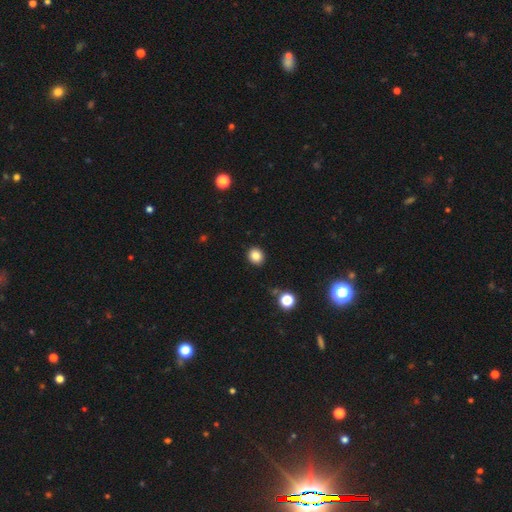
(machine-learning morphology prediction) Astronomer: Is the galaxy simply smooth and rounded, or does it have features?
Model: smooth — 84%.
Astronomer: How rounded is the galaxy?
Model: round — 77%.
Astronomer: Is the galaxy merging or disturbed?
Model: none — 90%.